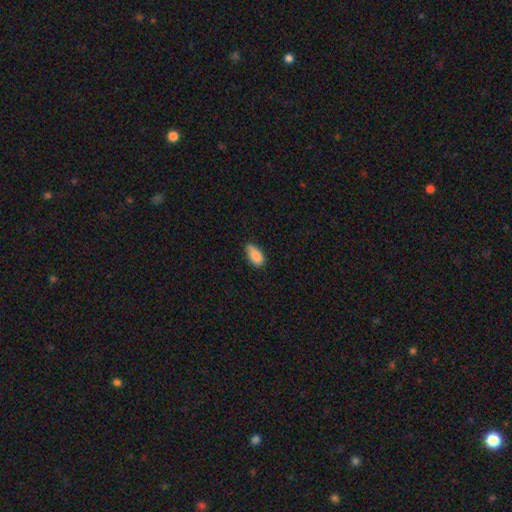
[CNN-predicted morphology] type=smooth (86%); roundness=in between (90%); merging=none (59%).